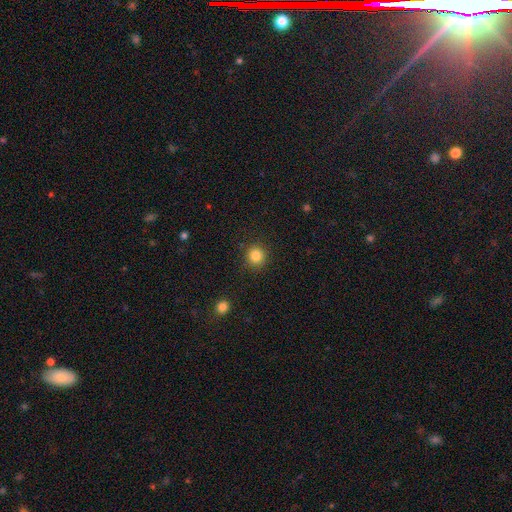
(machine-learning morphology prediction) A smooth galaxy with no disk features (85%) that is round (92%). Merging: none (89%).